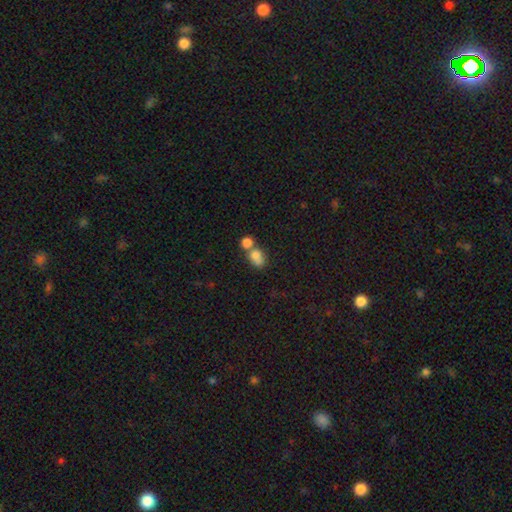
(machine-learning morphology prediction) This is likely a smooth galaxy (77%). How rounded: possibly in between (54%). Merging: possibly merger (56%).